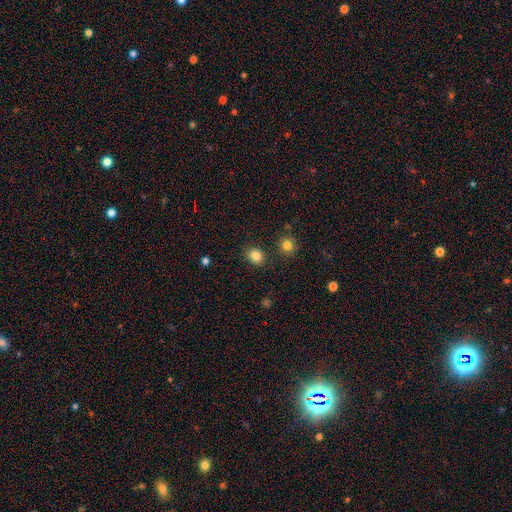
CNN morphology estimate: type=smooth (84%); roundness=round (56%); merging=none (85%).